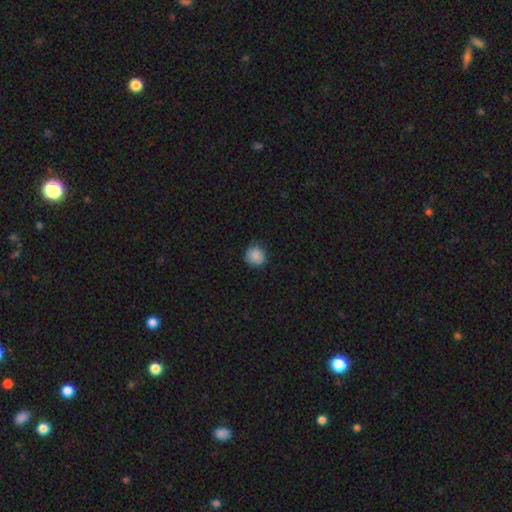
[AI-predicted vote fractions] Smooth or featured? Predicted: smooth (p=0.87). How rounded? Predicted: round (p=0.87). Merging? Predicted: none (p=0.77).